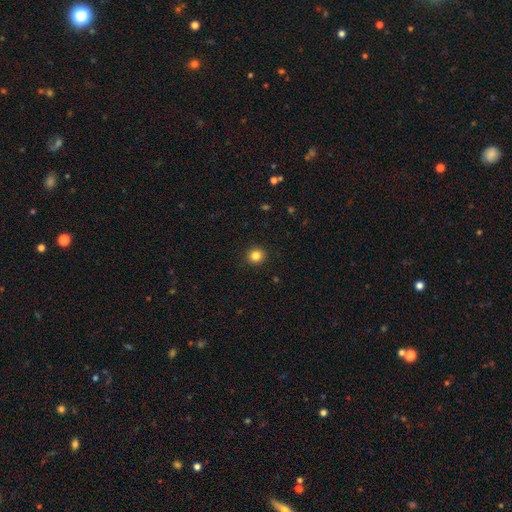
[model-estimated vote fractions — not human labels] Smooth or featured: smooth — 84% (star or artifact — 11%)
How rounded: round — 93% (in between — 7%)
Merging: none — 92% (minor disturbance — 5%)